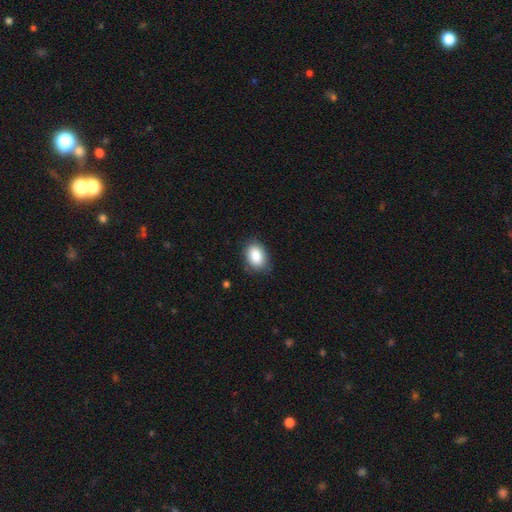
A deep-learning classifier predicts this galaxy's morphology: Q: Smooth or featured?
A: smooth (85%); runner-up: star or artifact (8%)
Q: How rounded?
A: in between (79%); runner-up: round (19%)
Q: Merging?
A: none (78%); runner-up: minor disturbance (18%)